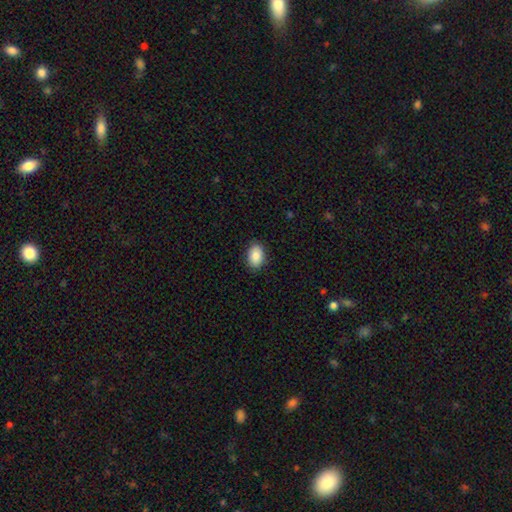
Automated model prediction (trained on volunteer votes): Q: Smooth or featured?
A: smooth (85%); runner-up: featured or disk (7%)
Q: How rounded?
A: in between (86%); runner-up: round (13%)
Q: Merging?
A: none (88%); runner-up: minor disturbance (9%)